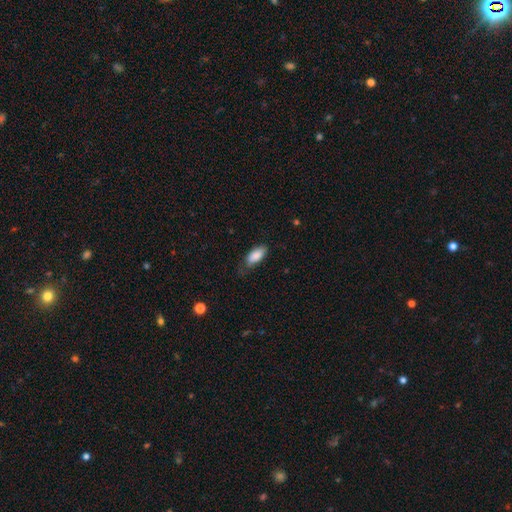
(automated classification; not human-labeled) A smooth galaxy with no disk features (87%) that is in between round and cigar-shaped (87%). Merging: none (61%).